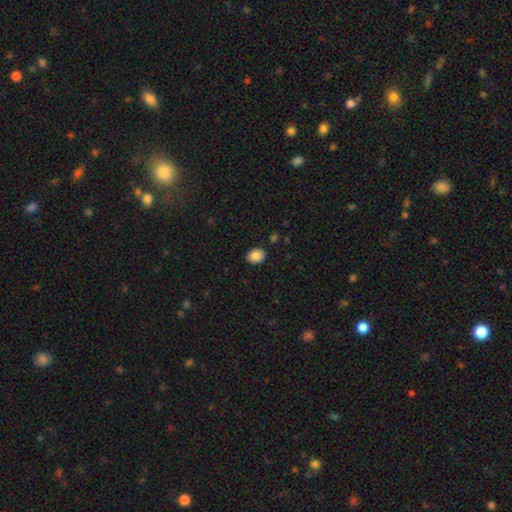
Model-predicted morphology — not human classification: Smooth or featured? Predicted: smooth (p=0.87). How rounded? Predicted: in between (p=0.70). Merging? Predicted: none (p=0.87).